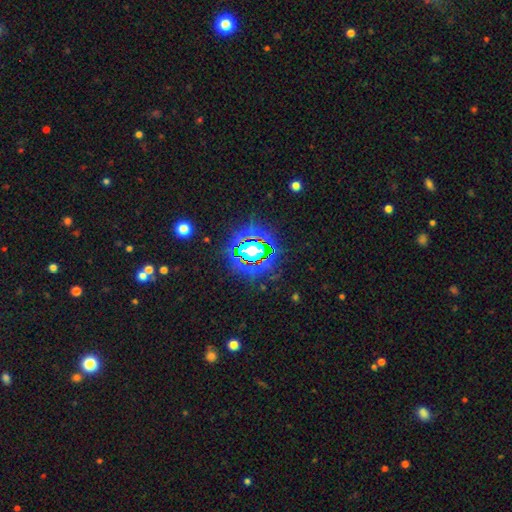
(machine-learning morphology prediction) smooth-or-featured: star or artifact: 68% | smooth: 19% | featured or disk: 13%